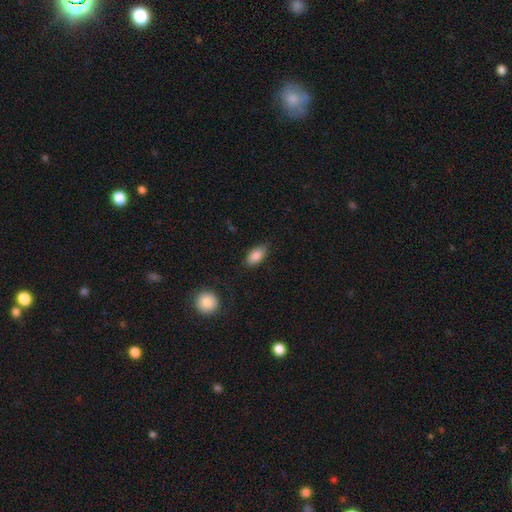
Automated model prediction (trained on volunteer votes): Smooth or featured? smooth (86%)
How rounded? in between (90%)
Merging? none (81%)